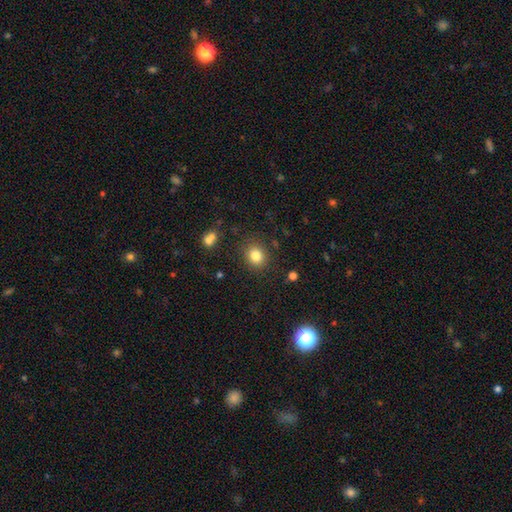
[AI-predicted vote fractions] Smooth or featured? smooth (83%)
How rounded? round (72%)
Merging? none (86%)